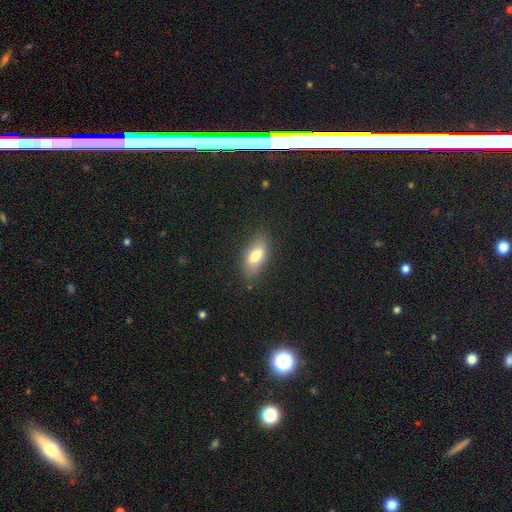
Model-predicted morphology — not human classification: The model was most divided on "smooth or featured": smooth: 75%, featured or disk: 17%, star or artifact: 8%. More confident: how rounded — in between (84%); merging — none (80%).